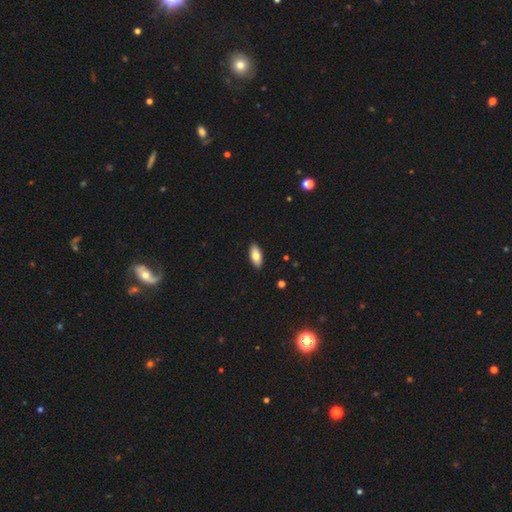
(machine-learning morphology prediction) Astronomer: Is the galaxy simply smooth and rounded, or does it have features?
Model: smooth — 80%.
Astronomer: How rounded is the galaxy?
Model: in between — 87%.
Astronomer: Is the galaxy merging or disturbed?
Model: none — 90%.